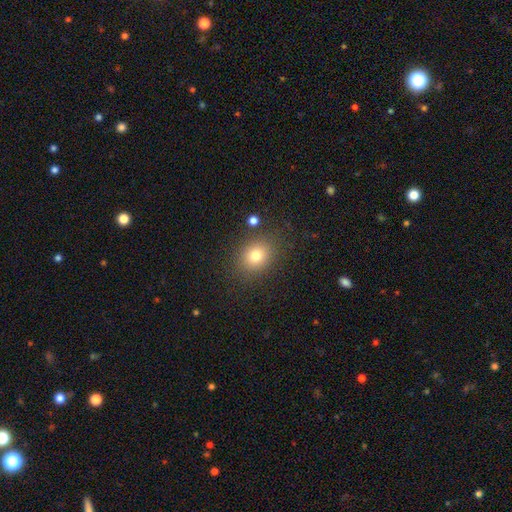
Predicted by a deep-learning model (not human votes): The model was most divided on "how rounded": round: 60%, in between: 39%, cigar-shaped: 1%. More confident: merging — none (83%); smooth or featured — smooth (77%).